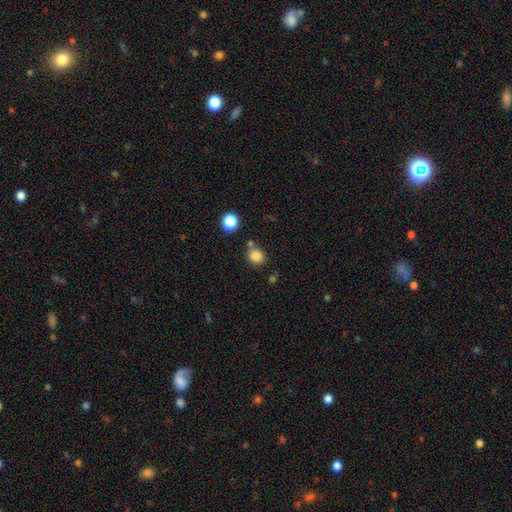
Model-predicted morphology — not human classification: smooth-or-featured: smooth: 83% | star or artifact: 12% | featured or disk: 5%
  how-rounded: round: 76% | in between: 23% | cigar-shaped: 1%
  merging: none: 69% | merger: 15% | minor disturbance: 12% | major disturbance: 4%